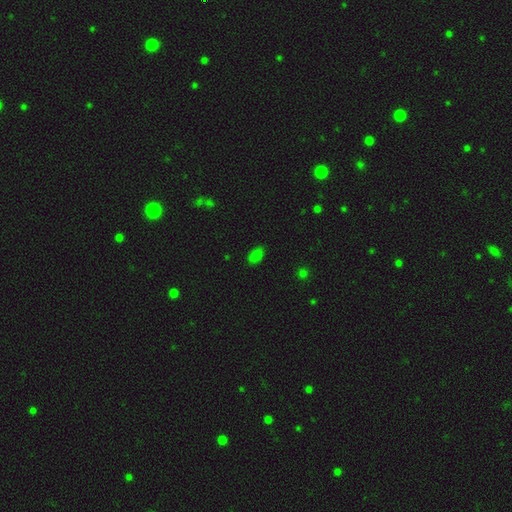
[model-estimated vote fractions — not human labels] Smooth or featured: smooth — 79% (star or artifact — 17%)
How rounded: in between — 92% (round — 6%)
Merging: none — 83% (minor disturbance — 12%)